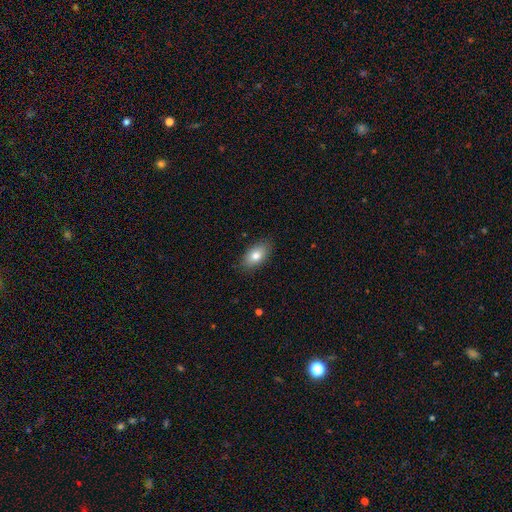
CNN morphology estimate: Smooth or featured?
  - smooth: 79% *
  - featured or disk: 13%
  - star or artifact: 8%
How rounded?
  - in between: 90% *
  - round: 7%
  - cigar-shaped: 3%
Merging?
  - none: 85% *
  - minor disturbance: 11%
  - major disturbance: 2%
  - merger: 1%